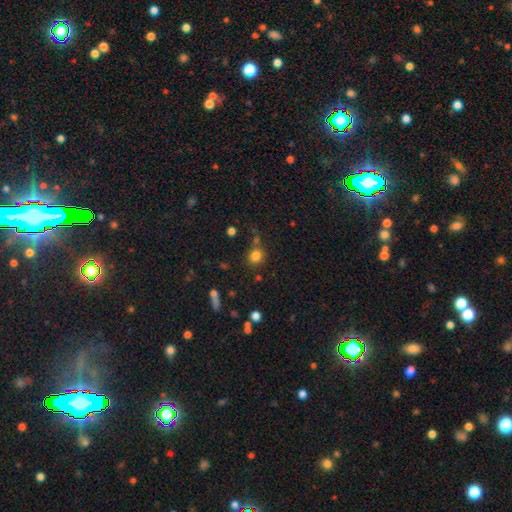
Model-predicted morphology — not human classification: Q: Smooth or featured?
A: smooth (80%); runner-up: star or artifact (14%)
Q: How rounded?
A: round (77%); runner-up: in between (22%)
Q: Merging?
A: none (71%); runner-up: minor disturbance (13%)